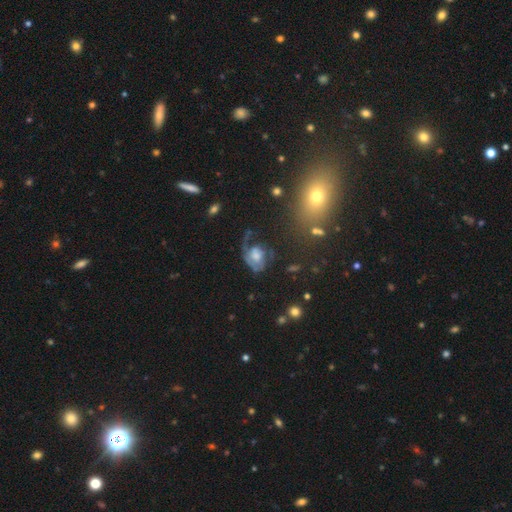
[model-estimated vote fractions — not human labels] Smooth or featured? featured or disk (66%)
Edge-on disk? no (97%)
Bar? no (69%)
Spiral arms? yes (82%)
Spiral winding? medium (38%)
Spiral arm count? 1 (60%)
Bulge size? moderate (40%)
Merging? major disturbance (42%)